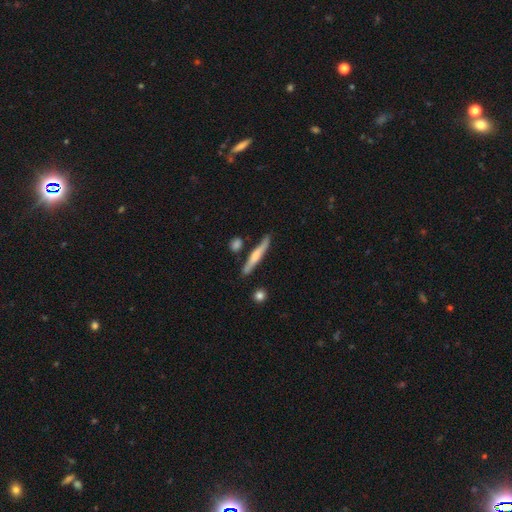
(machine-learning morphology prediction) smooth-or-featured: smooth: 50% | featured or disk: 44% | star or artifact: 5%
  how-rounded: cigar-shaped: 92% | in between: 6% | round: 2%
  merging: none: 80% | minor disturbance: 13% | merger: 5% | major disturbance: 3%